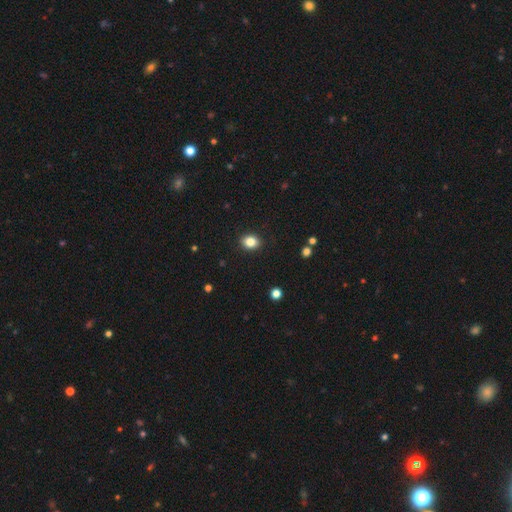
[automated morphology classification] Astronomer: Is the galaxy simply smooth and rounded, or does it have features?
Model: smooth — 77%.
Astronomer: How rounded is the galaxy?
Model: round — 73%.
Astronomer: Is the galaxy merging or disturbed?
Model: none — 91%.